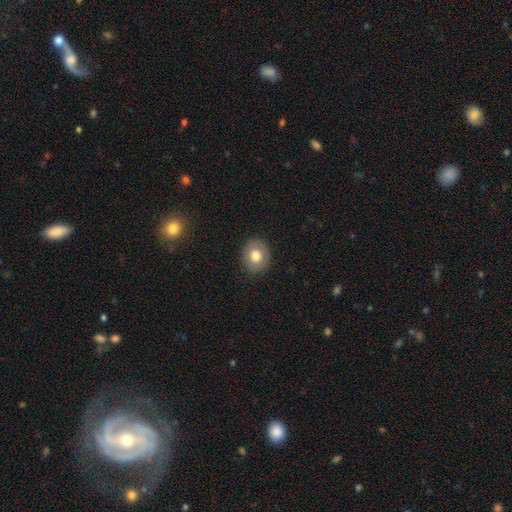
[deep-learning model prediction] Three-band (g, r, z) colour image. It shows a smooth galaxy with no disk features (76%) that is round (65%). Merging: none (89%).